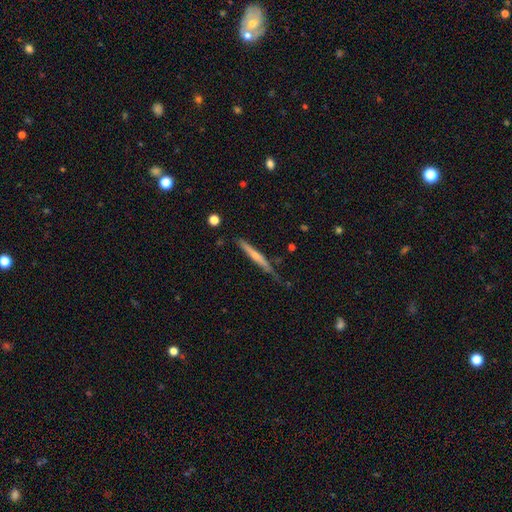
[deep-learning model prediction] The model was most divided on "smooth or featured": smooth: 49%, featured or disk: 45%, star or artifact: 6%. More confident: merging — none (68%).